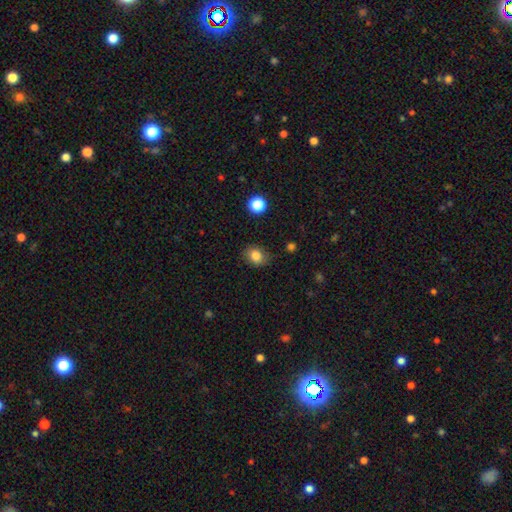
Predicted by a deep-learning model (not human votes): Overall: smooth (83%). How rounded: round (54%; in between 45%). Merging: none (81%).